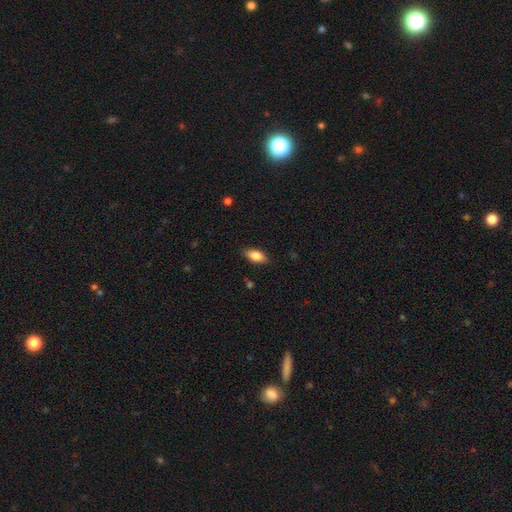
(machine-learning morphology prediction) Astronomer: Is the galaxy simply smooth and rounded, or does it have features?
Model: smooth — 84%.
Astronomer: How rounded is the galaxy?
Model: in between — 89%.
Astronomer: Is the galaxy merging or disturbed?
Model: none — 86%.